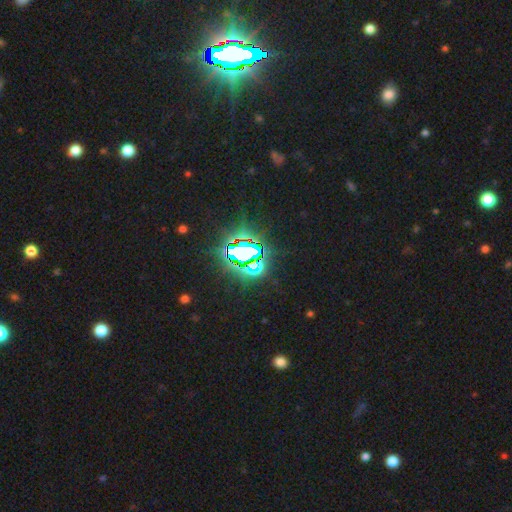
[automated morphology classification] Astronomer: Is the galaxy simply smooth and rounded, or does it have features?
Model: star or artifact — 81%.